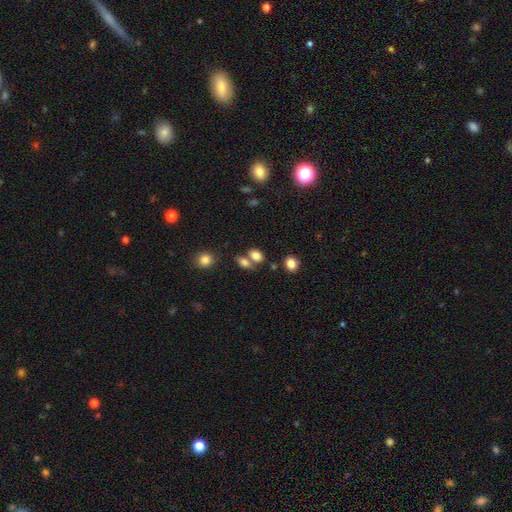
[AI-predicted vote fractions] smooth_or_featured: smooth (p=0.81) [alt: star or artifact p=0.11]
how_rounded: in between (p=0.73) [alt: round p=0.24]
merging: none (p=0.48) [alt: merger p=0.37]